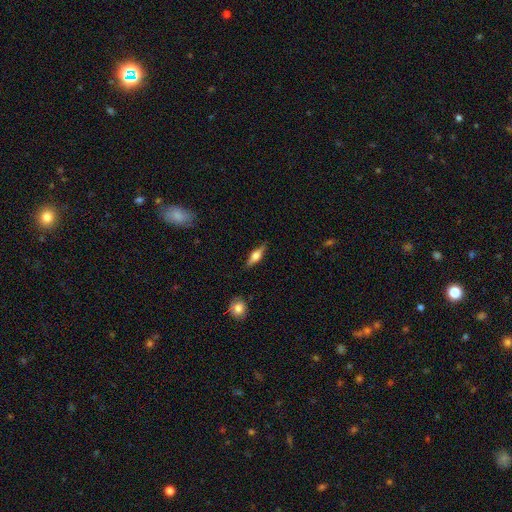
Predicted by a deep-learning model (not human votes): Smooth or featured? featured or disk (56%)
Edge-on disk? yes (95%)
Edge-on bulge? rounded (87%)
Merging? none (85%)